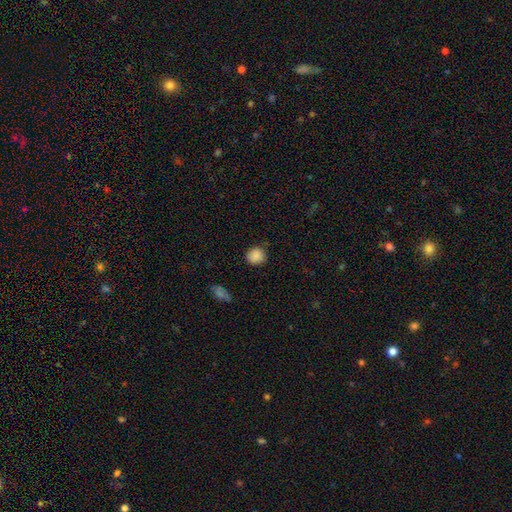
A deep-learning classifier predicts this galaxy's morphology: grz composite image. It shows a smooth galaxy with no disk features (87%) that is round (86%). Merging: none (83%).